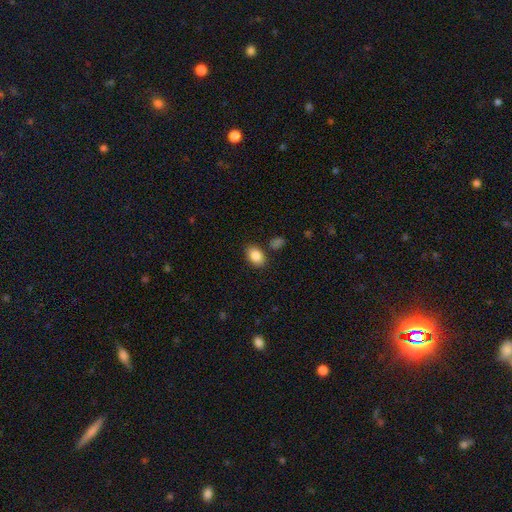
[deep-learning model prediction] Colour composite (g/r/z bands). It shows a smooth galaxy with no disk features (87%) that is in between round and cigar-shaped (78%). Merging: none (82%).